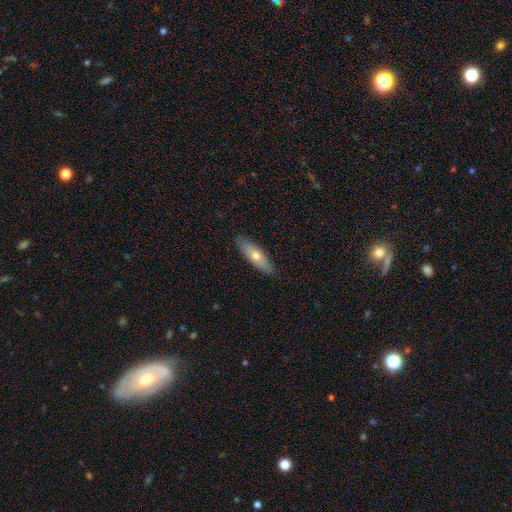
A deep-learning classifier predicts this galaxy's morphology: smooth-or-featured: smooth: 61% | featured or disk: 33% | star or artifact: 6%
  how-rounded: cigar-shaped: 50% | in between: 48% | round: 2%
  merging: none: 87% | minor disturbance: 10% | major disturbance: 2% | merger: 1%